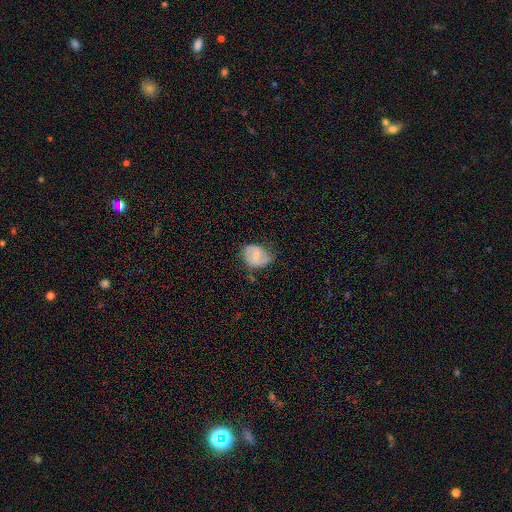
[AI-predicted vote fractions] Smooth or featured? Predicted: smooth (p=0.48). Merging? Predicted: none (p=0.53).